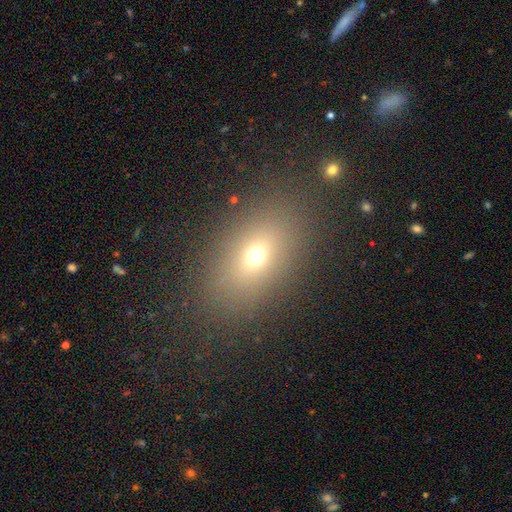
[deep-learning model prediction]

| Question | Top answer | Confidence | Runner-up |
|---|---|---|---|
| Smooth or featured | smooth | 65% | star or artifact (19%) |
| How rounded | in between | 74% | round (23%) |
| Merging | none | 82% | minor disturbance (10%) |